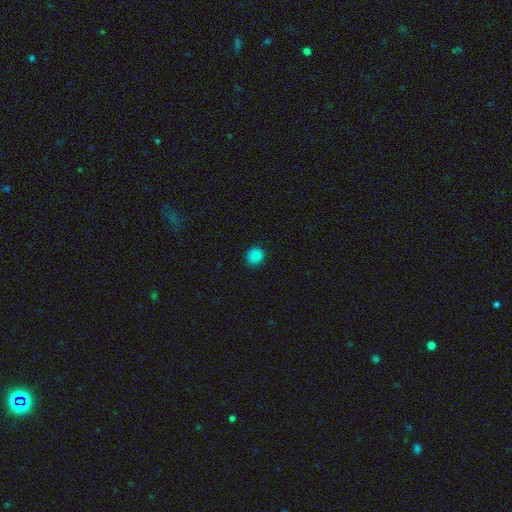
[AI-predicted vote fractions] This appears to be a smooth galaxy with no disk features (84%) that is round (82%). Merging: none (86%).